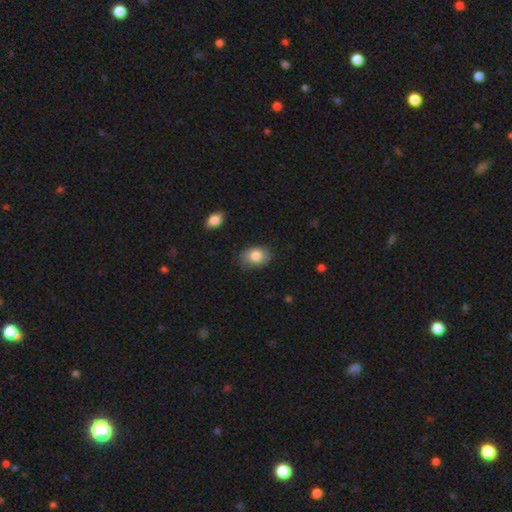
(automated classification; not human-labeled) A smooth galaxy with no disk features (82%) that is in between round and cigar-shaped (77%).

Vote fractions:
- Smooth or featured? smooth: 82% / featured or disk: 10% / star or artifact: 8%
- How rounded? in between: 77% / round: 22% / cigar-shaped: 1%
- Merging? none: 76% / minor disturbance: 19% / major disturbance: 4% / merger: 1%